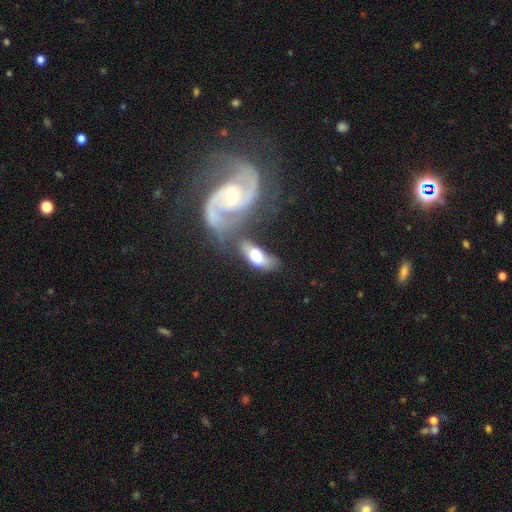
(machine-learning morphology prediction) Q: Smooth or featured?
A: smooth (56%); runner-up: featured or disk (37%)
Q: How rounded?
A: in between (87%); runner-up: cigar-shaped (9%)
Q: Merging?
A: merger (38%); runner-up: none (31%)